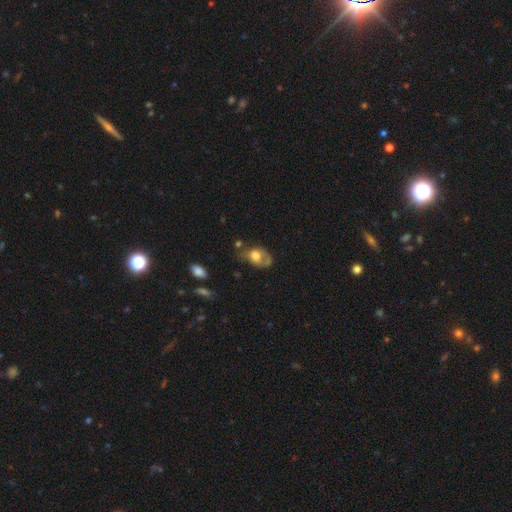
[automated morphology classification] A smooth galaxy with no disk features (62%) that is in between round and cigar-shaped (70%).

Vote fractions:
- Smooth or featured? smooth: 62% / featured or disk: 30% / star or artifact: 8%
- How rounded? in between: 70% / round: 29% / cigar-shaped: 1%
- Merging? none: 32% / minor disturbance: 31% / major disturbance: 30% / merger: 8%